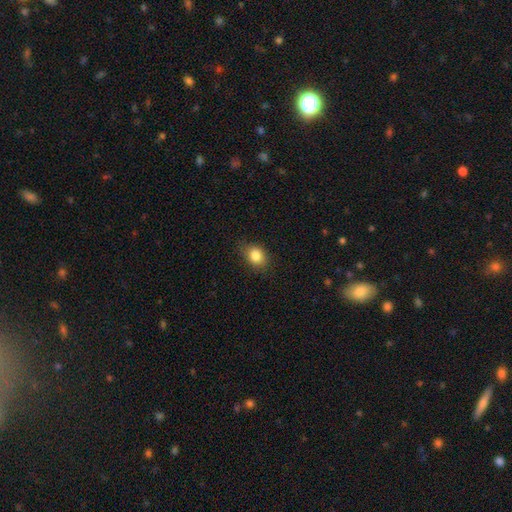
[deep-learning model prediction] This is clearly a smooth galaxy (84%). How rounded: possibly in between (60%). Merging: likely none (79%).